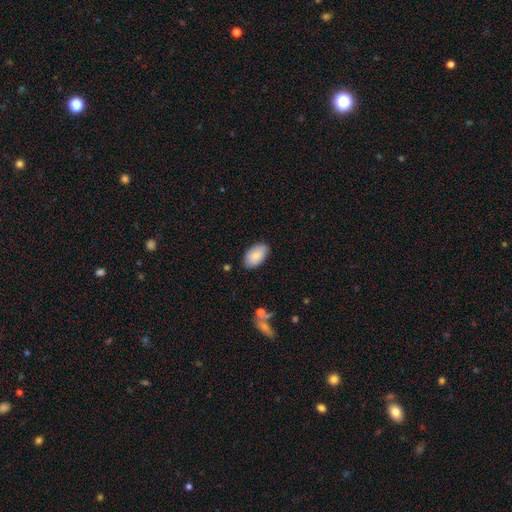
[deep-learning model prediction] Morphology: type=smooth (79%); roundness=in between (93%); merging=none (80%).